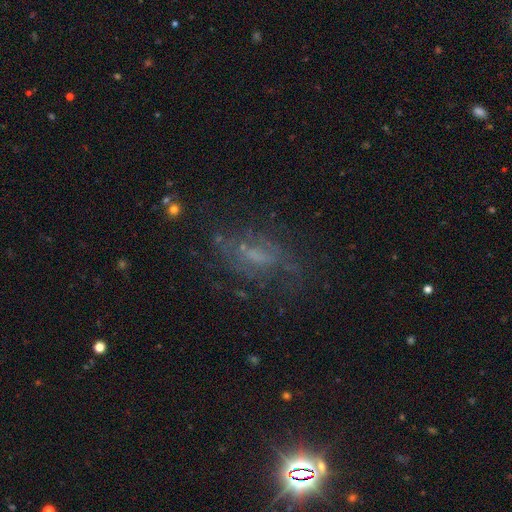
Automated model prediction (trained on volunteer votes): Morphology: type=featured or disk (52%); edge-on=no (90%); merging=none (57%).